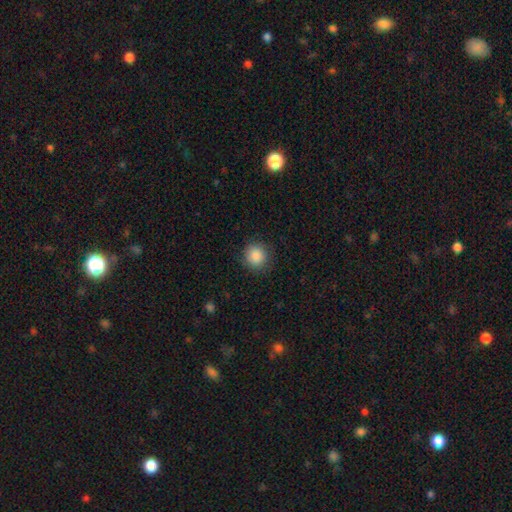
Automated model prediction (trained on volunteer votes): Smooth or featured? smooth (87%)
How rounded? round (91%)
Merging? none (87%)